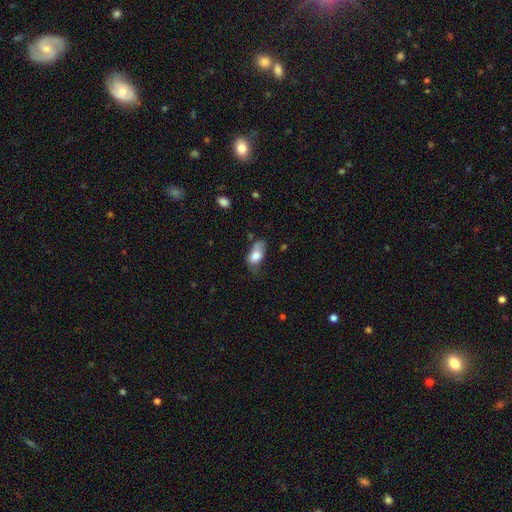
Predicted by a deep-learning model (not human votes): This appears to be a smooth galaxy with no disk features (75%) that is in between round and cigar-shaped (89%). Merging: minor disturbance (38%).